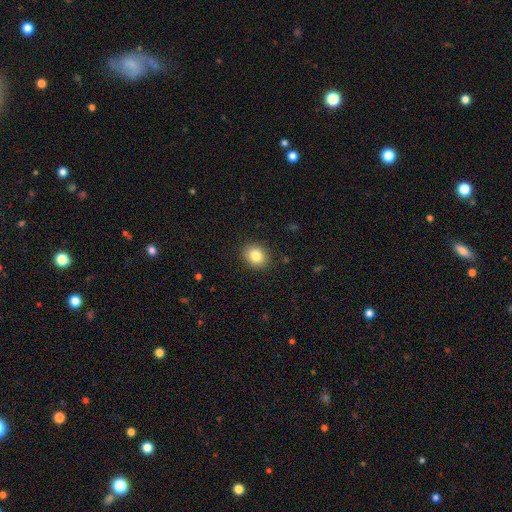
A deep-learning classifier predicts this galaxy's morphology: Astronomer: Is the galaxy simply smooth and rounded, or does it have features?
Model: smooth — 84%.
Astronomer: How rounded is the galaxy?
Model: round — 63%.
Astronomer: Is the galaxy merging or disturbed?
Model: none — 90%.